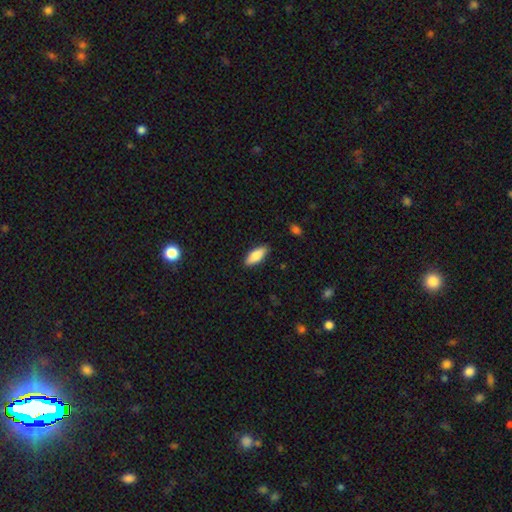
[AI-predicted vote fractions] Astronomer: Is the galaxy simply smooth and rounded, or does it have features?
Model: smooth — 82%.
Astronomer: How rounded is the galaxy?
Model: in between — 75%.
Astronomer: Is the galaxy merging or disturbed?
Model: none — 88%.